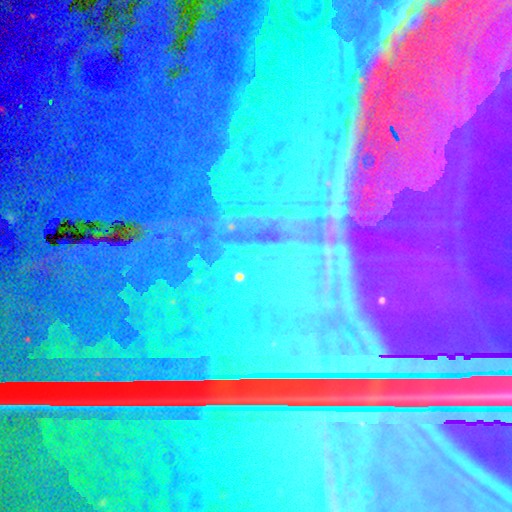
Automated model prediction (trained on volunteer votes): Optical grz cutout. It shows a star or artifact, not a galaxy (88%).